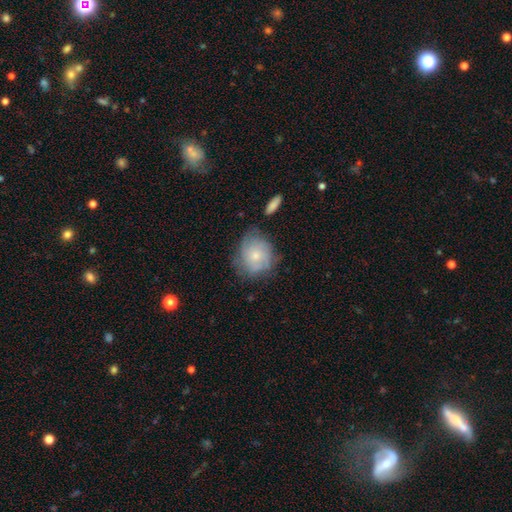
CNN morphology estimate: Smooth or featured? smooth (55%)
How rounded? round (70%)
Merging? none (61%)